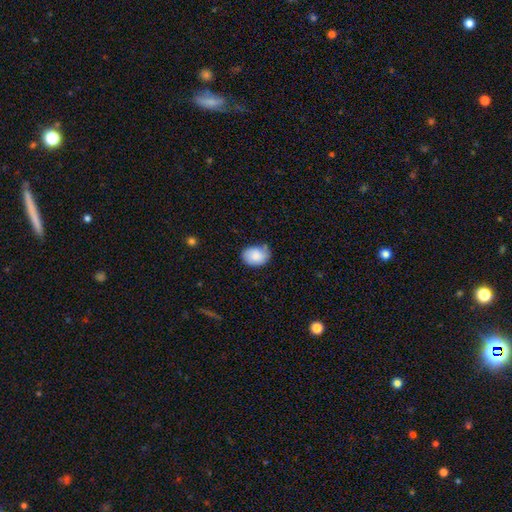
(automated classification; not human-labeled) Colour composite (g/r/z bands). It shows a smooth galaxy with no disk features (86%) that is in between round and cigar-shaped (71%). Merging: none (67%).